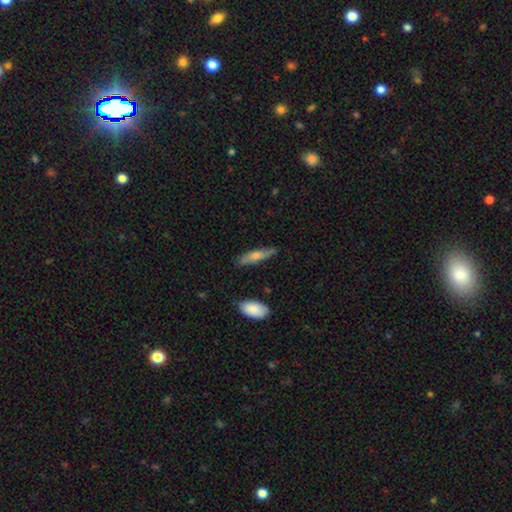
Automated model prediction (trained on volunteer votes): Morphology: type=smooth (59%); roundness=cigar-shaped (74%); merging=none (80%).